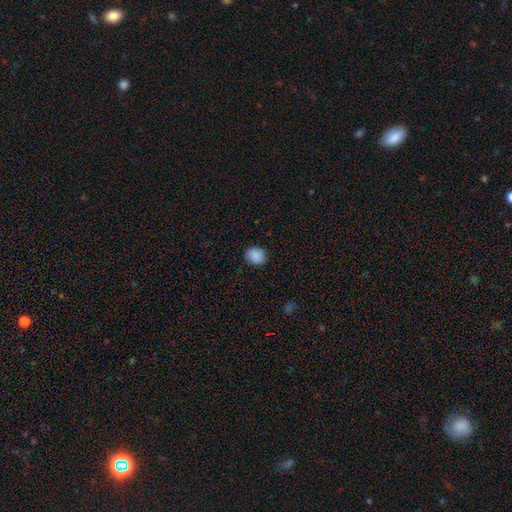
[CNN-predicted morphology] A smooth galaxy with no disk features (87%) that is round (65%).

Vote fractions:
- Smooth or featured? smooth: 87% / star or artifact: 8% / featured or disk: 5%
- How rounded? round: 65% / in between: 34% / cigar-shaped: 1%
- Merging? none: 84% / minor disturbance: 12% / major disturbance: 3% / merger: 1%